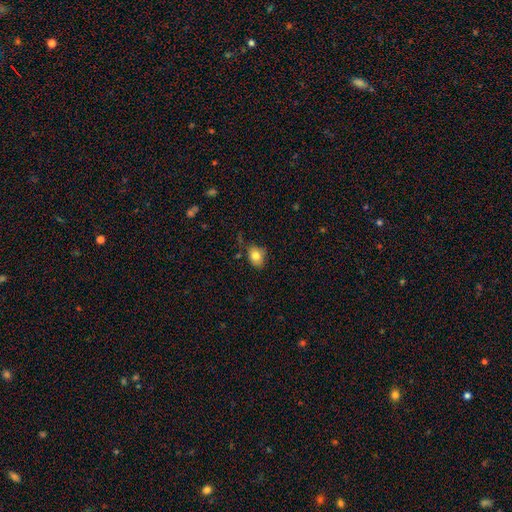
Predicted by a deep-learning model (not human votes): smooth 79%, featured or disk 11%, star or artifact 9%. Down the decision tree: how rounded — in between (62%); merging — none (67%).